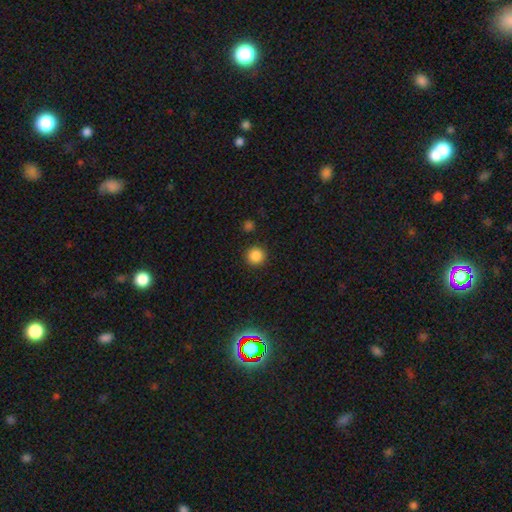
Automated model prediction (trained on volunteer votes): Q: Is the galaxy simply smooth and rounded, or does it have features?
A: smooth — 85%.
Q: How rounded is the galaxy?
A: round — 94%.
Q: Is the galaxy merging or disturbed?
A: none — 90%.